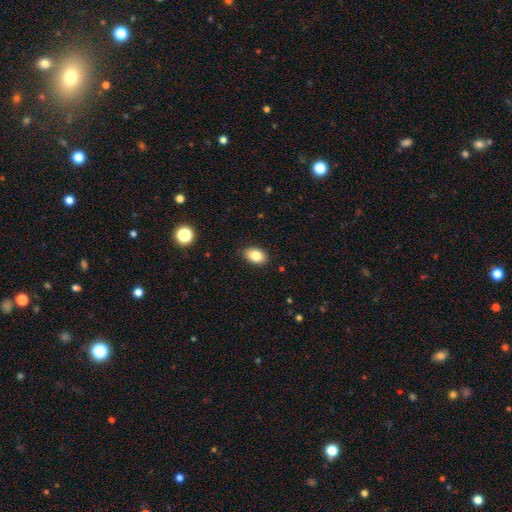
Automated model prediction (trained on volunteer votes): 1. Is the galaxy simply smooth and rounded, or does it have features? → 84% smooth, 8% featured or disk, 8% star or artifact.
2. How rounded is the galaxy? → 89% in between, 10% round, 1% cigar-shaped.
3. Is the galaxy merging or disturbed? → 87% none, 10% minor disturbance, 2% major disturbance, 1% merger.